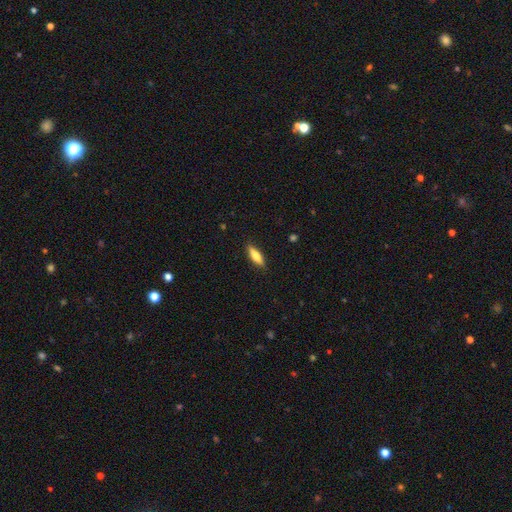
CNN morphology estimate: The model was most divided on "how rounded" (2-way tie): cigar-shaped: 49%, in between: 49%, round: 2%. More confident: merging — none (88%); smooth or featured — smooth (74%).